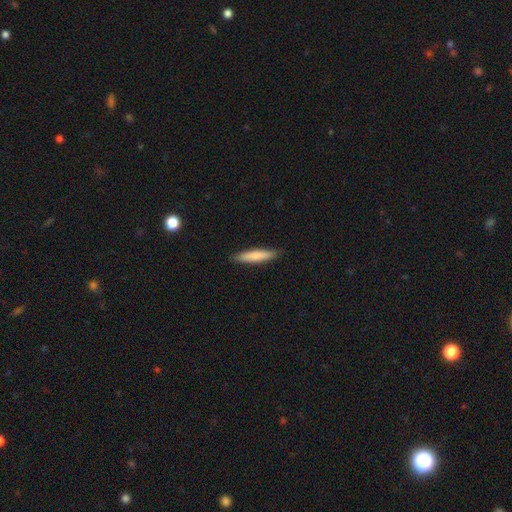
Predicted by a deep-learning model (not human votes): smooth_or_featured: smooth (p=0.78) [alt: featured or disk p=0.16]
how_rounded: cigar-shaped (p=0.87) [alt: in between p=0.11]
merging: none (p=0.89) [alt: minor disturbance p=0.09]